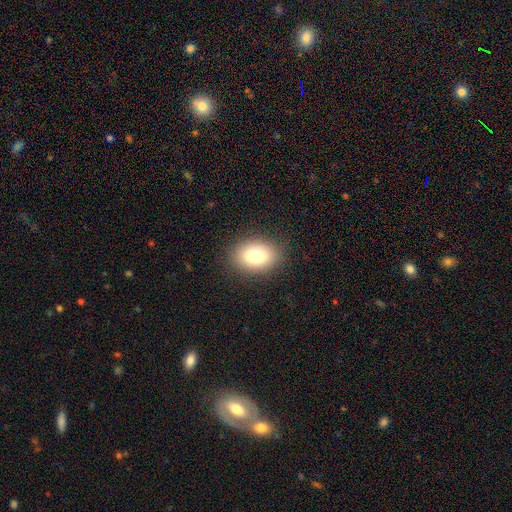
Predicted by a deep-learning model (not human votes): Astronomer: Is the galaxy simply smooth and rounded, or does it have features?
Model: smooth — 81%.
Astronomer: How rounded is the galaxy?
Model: in between — 76%.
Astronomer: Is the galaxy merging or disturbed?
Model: none — 87%.